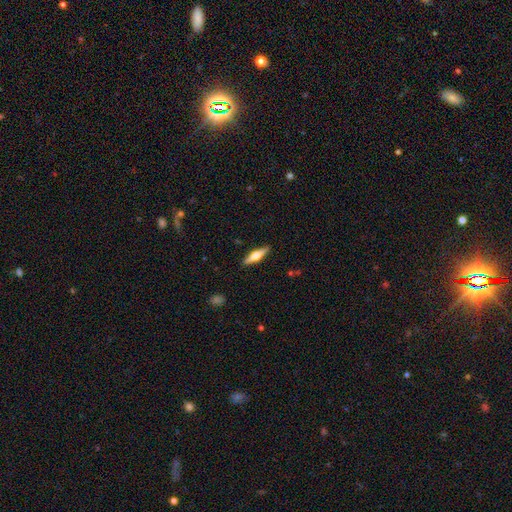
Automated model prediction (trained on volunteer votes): featured or disk 59%, smooth 35%, star or artifact 6%. Down the decision tree: edge-on disk — yes (96%); edge-on bulge — rounded (93%); merging — none (90%).